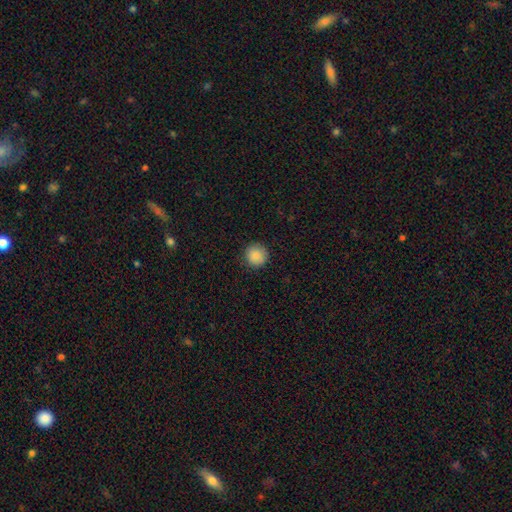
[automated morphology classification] Q: Smooth or featured?
A: smooth (87%); runner-up: star or artifact (9%)
Q: How rounded?
A: round (95%); runner-up: in between (4%)
Q: Merging?
A: none (90%); runner-up: minor disturbance (7%)